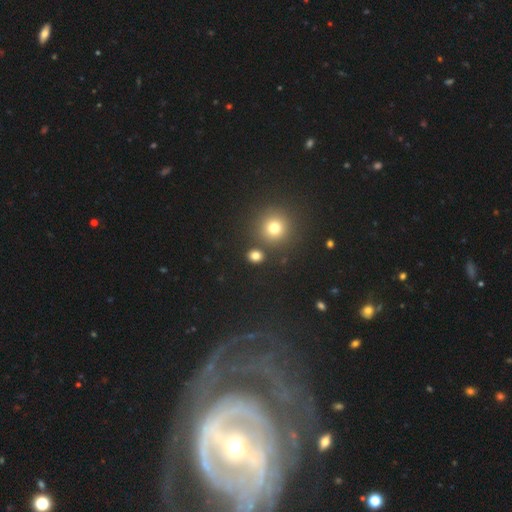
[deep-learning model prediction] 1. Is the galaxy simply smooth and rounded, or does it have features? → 76% smooth, 18% star or artifact, 6% featured or disk.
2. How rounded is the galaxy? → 70% round, 29% in between, 1% cigar-shaped.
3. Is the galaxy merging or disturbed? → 83% none, 7% minor disturbance, 7% merger, 3% major disturbance.